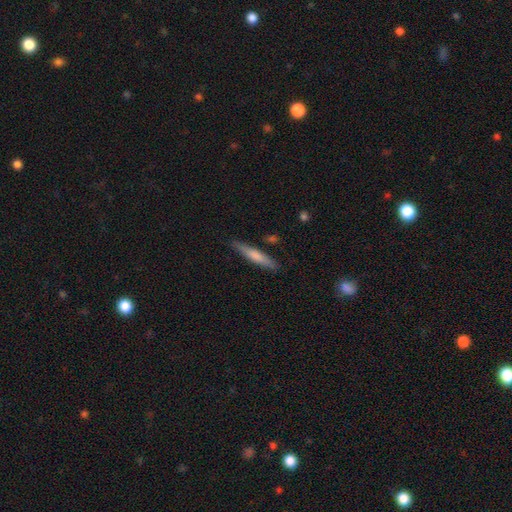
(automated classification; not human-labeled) smooth_or_featured: smooth (p=0.65) [alt: featured or disk p=0.30]
how_rounded: cigar-shaped (p=0.92) [alt: in between p=0.07]
merging: none (p=0.86) [alt: minor disturbance p=0.10]